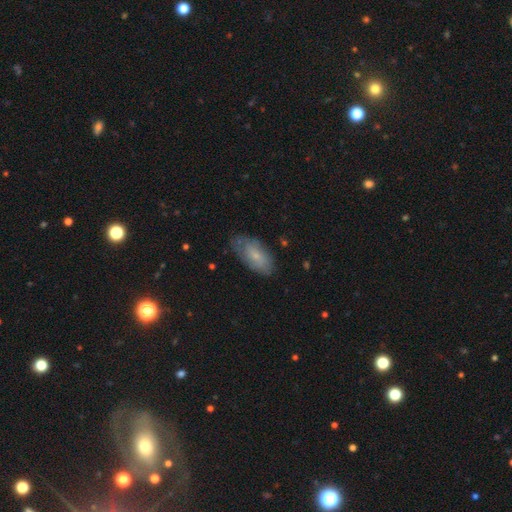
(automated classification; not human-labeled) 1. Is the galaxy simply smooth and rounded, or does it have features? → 63% smooth, 30% featured or disk, 7% star or artifact.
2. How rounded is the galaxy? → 90% in between, 7% cigar-shaped, 3% round.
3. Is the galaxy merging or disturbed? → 65% none, 26% minor disturbance, 7% major disturbance, 2% merger.